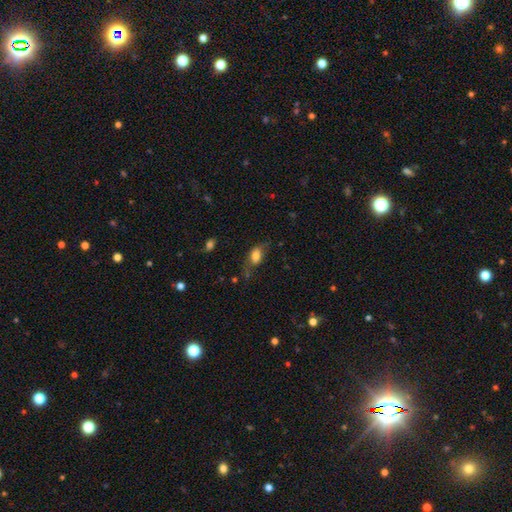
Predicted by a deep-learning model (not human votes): Smooth or featured? smooth (72%)
How rounded? in between (84%)
Merging? none (44%)